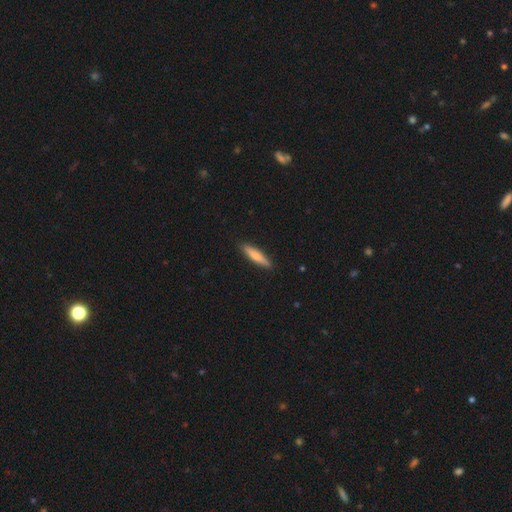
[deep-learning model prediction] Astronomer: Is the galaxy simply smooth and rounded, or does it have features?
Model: smooth — 70%.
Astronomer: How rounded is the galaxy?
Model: cigar-shaped — 85%.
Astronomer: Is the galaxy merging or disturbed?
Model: none — 91%.